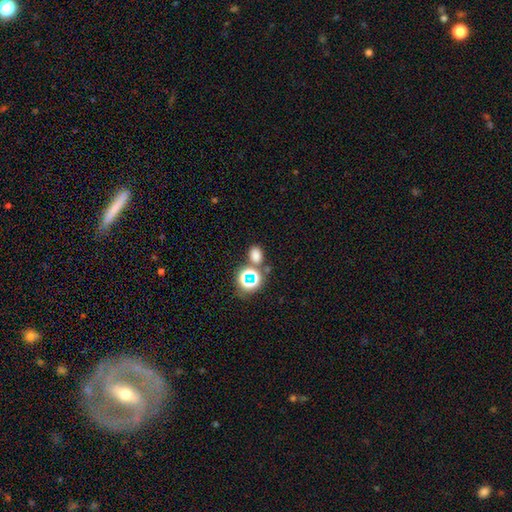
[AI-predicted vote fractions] The model was most divided on "how rounded": in between: 61%, round: 38%, cigar-shaped: 1%. More confident: merging — none (71%); smooth or featured — smooth (70%).